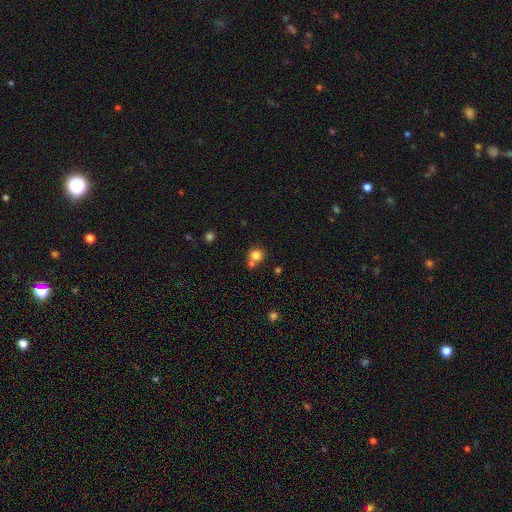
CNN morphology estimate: This appears to be a smooth galaxy with no disk features (81%) that is round (88%). Merging: none (58%).